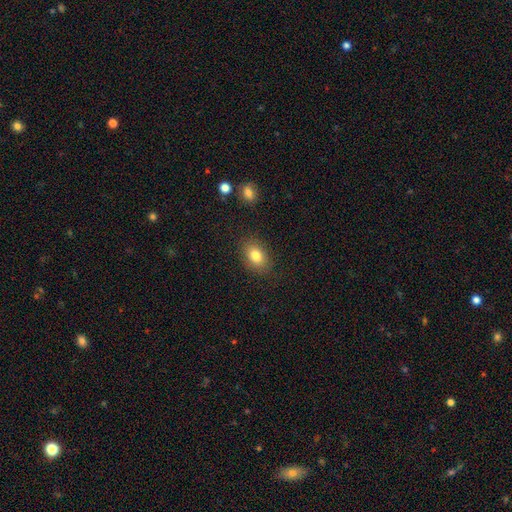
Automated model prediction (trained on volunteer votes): Smooth or featured?
  - smooth: 81% *
  - featured or disk: 10%
  - star or artifact: 9%
How rounded?
  - in between: 81% *
  - round: 18%
  - cigar-shaped: 1%
Merging?
  - none: 85% *
  - minor disturbance: 10%
  - major disturbance: 3%
  - merger: 2%